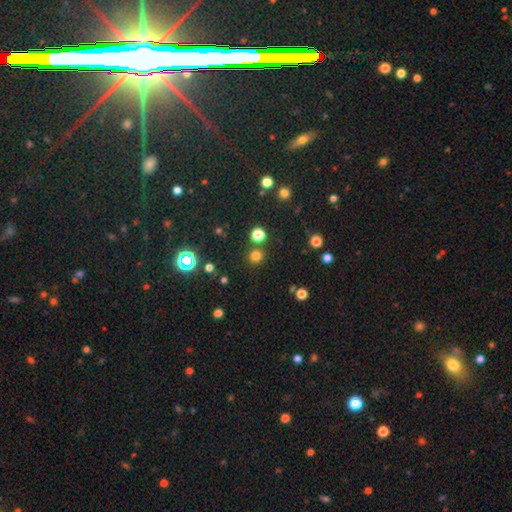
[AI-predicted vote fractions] Smooth or featured? smooth (73%)
How rounded? round (93%)
Merging? none (83%)